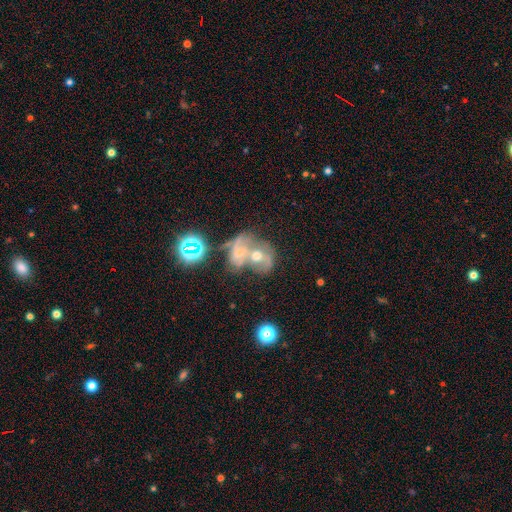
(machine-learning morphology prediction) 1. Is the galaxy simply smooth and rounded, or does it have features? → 55% featured or disk, 25% smooth, 19% star or artifact.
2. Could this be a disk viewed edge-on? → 97% no, 3% yes.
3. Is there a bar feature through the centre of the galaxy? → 70% no, 21% weak, 8% strong.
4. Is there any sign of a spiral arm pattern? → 58% yes, 42% no.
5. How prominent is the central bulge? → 61% moderate, 23% small, 8% large, 6% none, 2% dominant.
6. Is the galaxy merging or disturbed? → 61% merger, 19% none, 11% major disturbance, 8% minor disturbance.